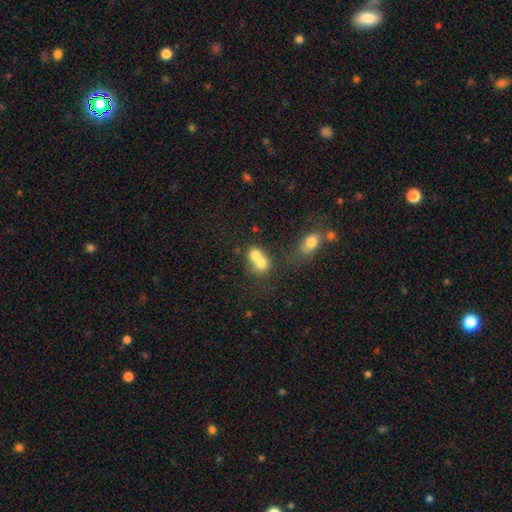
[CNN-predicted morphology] This appears to be a smooth galaxy with no disk features (71%) that is round (64%). Merging: merger (69%).